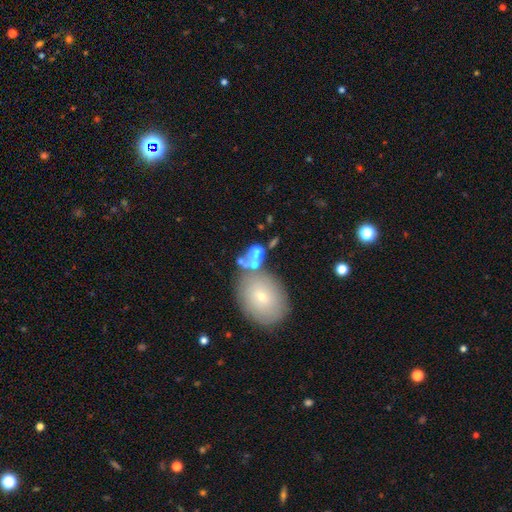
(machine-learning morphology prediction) Smooth or featured?
  - smooth: 57% *
  - featured or disk: 30%
  - star or artifact: 13%
How rounded?
  - in between: 61% *
  - round: 36%
  - cigar-shaped: 2%
Merging?
  - merger: 47% *
  - none: 31%
  - minor disturbance: 12%
  - major disturbance: 11%